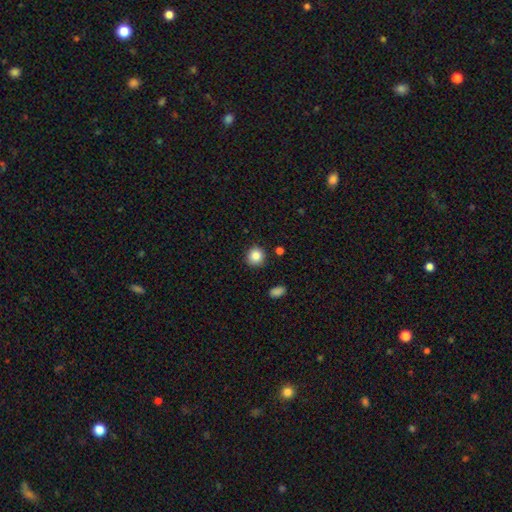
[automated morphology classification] smooth-or-featured: smooth: 86% | star or artifact: 9% | featured or disk: 5%
  how-rounded: round: 91% | in between: 8% | cigar-shaped: 1%
  merging: none: 89% | minor disturbance: 7% | merger: 2% | major disturbance: 2%